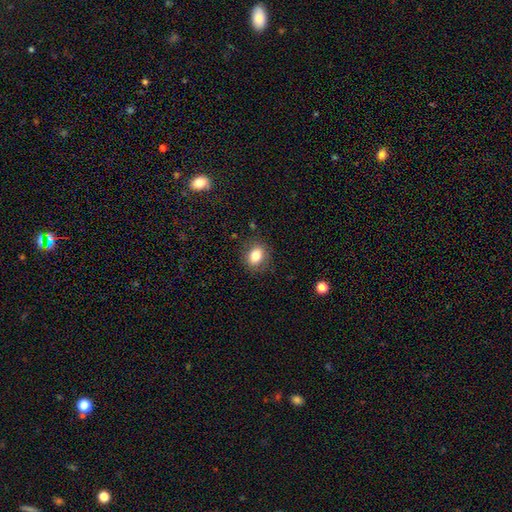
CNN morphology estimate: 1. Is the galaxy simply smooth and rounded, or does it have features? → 82% smooth, 10% star or artifact, 9% featured or disk.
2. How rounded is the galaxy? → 57% in between, 41% round, 1% cigar-shaped.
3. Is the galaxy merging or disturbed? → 84% none, 12% minor disturbance, 4% major disturbance, 1% merger.